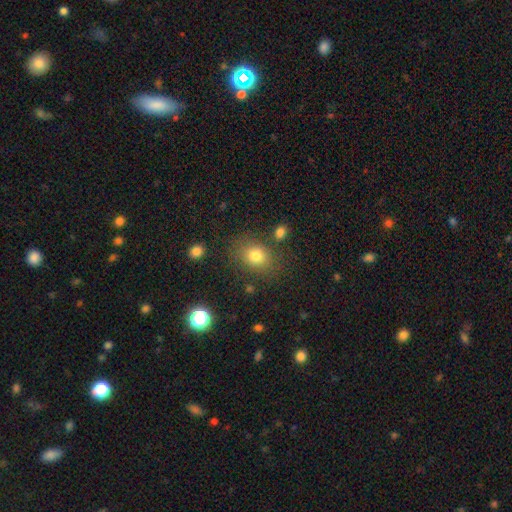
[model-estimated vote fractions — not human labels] This is likely a smooth galaxy (78%). How rounded: possibly round (51%). Merging: likely none (77%).